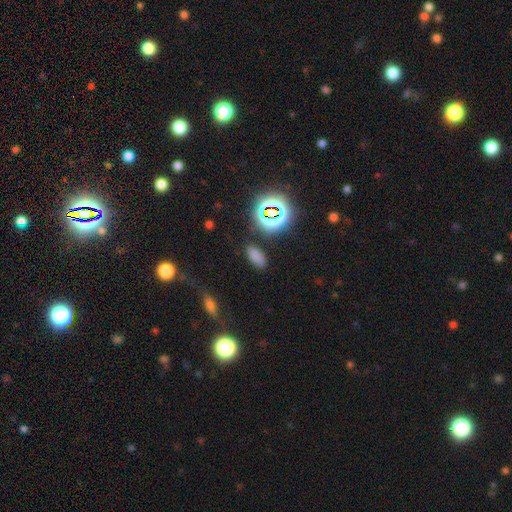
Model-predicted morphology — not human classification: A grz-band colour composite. It shows a smooth galaxy with no disk features (70%) that is in between round and cigar-shaped (88%). Merging: none (85%).